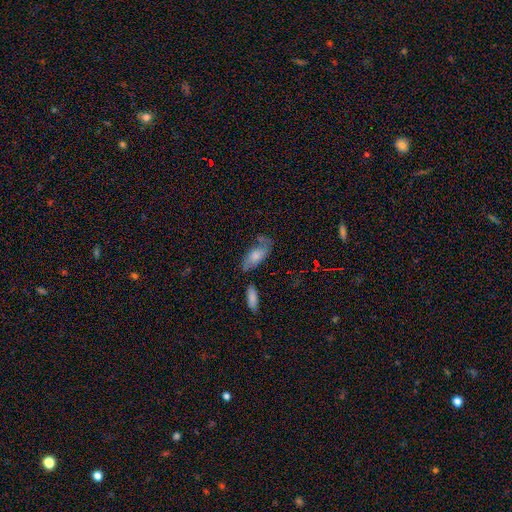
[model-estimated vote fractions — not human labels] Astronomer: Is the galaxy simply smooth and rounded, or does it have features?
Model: smooth — 57% (runner-up: featured or disk, 36%).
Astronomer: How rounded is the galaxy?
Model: in between — 84%.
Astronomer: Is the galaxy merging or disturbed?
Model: none — 53%.